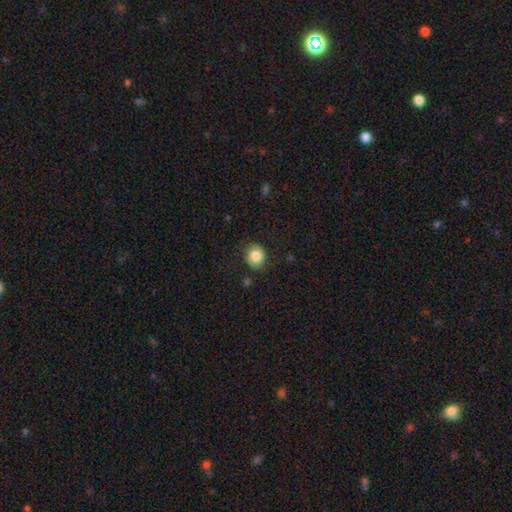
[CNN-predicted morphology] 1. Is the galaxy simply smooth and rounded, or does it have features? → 83% smooth, 9% star or artifact, 8% featured or disk.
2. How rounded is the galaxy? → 73% round, 26% in between, 1% cigar-shaped.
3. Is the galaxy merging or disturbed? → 85% none, 11% minor disturbance, 3% major disturbance, 1% merger.